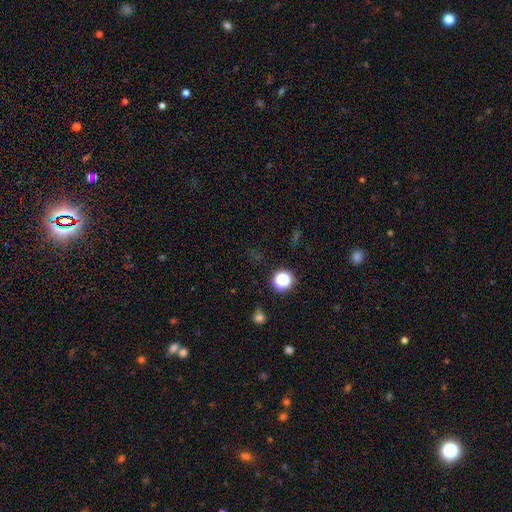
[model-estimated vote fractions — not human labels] This appears to be a star or artifact, not a galaxy (62%).